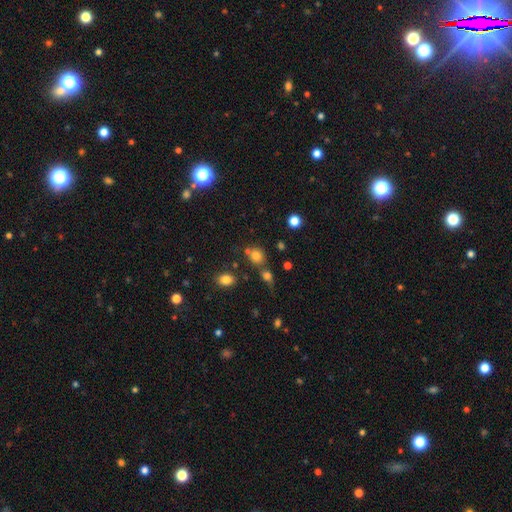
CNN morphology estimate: smooth 77%, star or artifact 16%, featured or disk 7%. Down the decision tree: how rounded — round (74%); merging — none (61%).